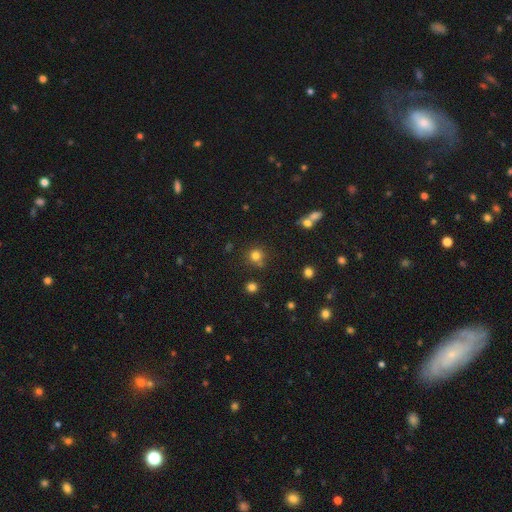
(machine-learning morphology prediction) This appears to be a smooth galaxy with no disk features (78%) that is round (92%). Merging: none (75%).